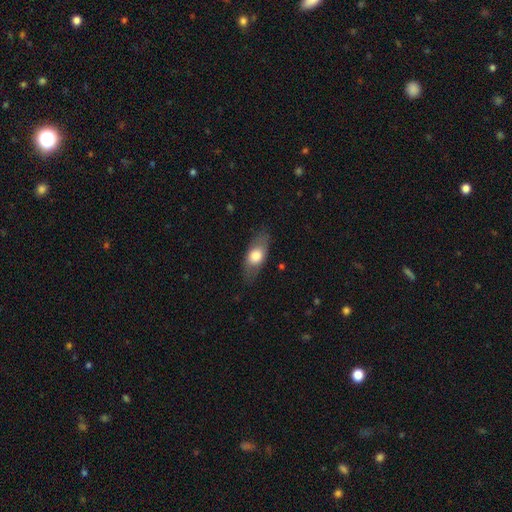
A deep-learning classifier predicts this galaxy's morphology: A smooth galaxy with no disk features (65%) that is in between round and cigar-shaped (79%). Merging: none (79%).